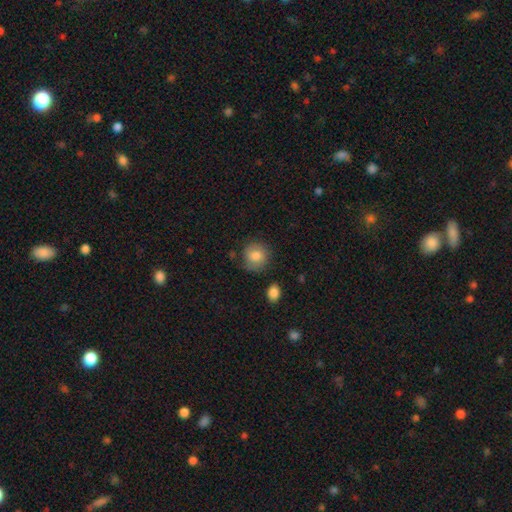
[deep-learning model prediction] smooth-or-featured: smooth: 80% | featured or disk: 12% | star or artifact: 8%
  how-rounded: round: 87% | in between: 12% | cigar-shaped: 1%
  merging: none: 75% | minor disturbance: 18% | major disturbance: 5% | merger: 2%